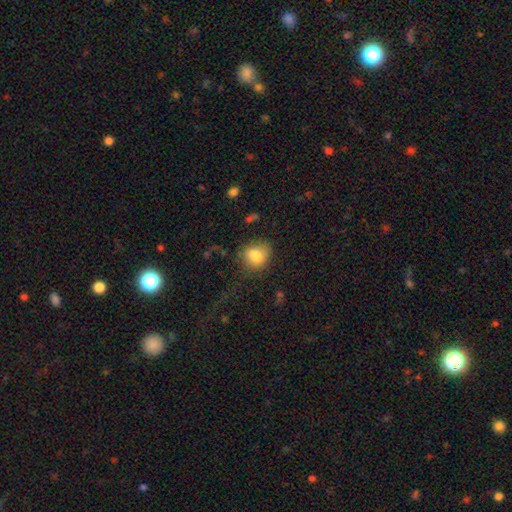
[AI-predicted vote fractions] A smooth galaxy with no disk features (80%) that is in between round and cigar-shaped (50%). Merging: none (57%).